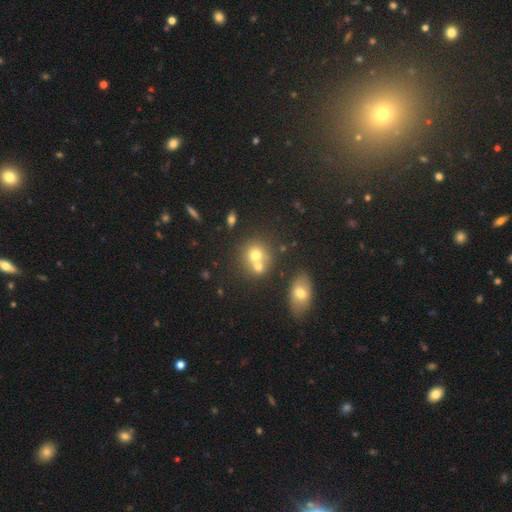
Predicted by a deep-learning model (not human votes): The model was most divided on "merging": merger: 50%, none: 39%, minor disturbance: 7%, major disturbance: 3%. More confident: how rounded — round (79%); smooth or featured — smooth (69%).